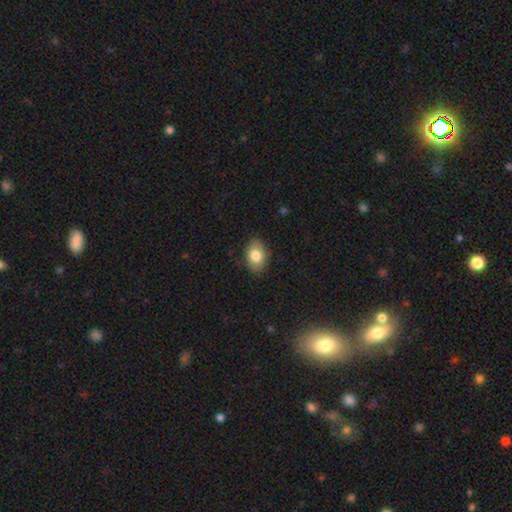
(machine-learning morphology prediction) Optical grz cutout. It shows a smooth galaxy with no disk features (81%) that is in between round and cigar-shaped (77%). Merging: none (82%).